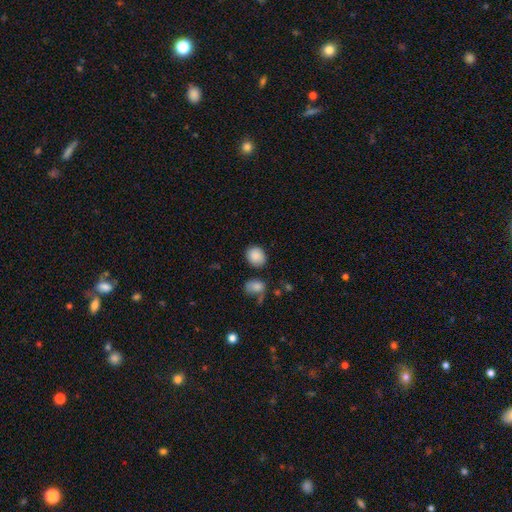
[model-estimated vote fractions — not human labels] Smooth or featured: smooth — 88% (star or artifact — 8%)
How rounded: round — 57% (in between — 42%)
Merging: none — 79% (minor disturbance — 12%)